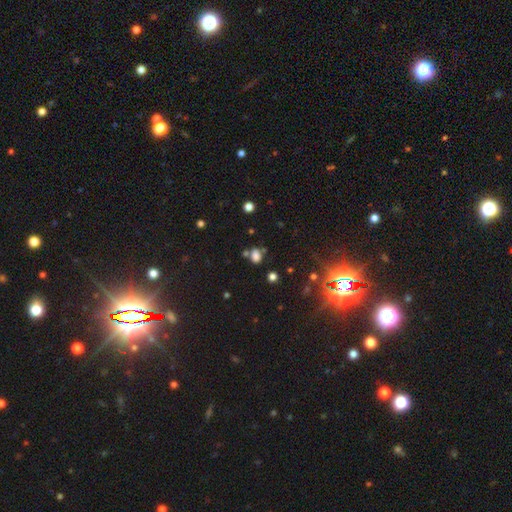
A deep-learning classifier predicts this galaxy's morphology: A smooth galaxy with no disk features (73%) that is in between round and cigar-shaped (70%). Merging: none (63%).